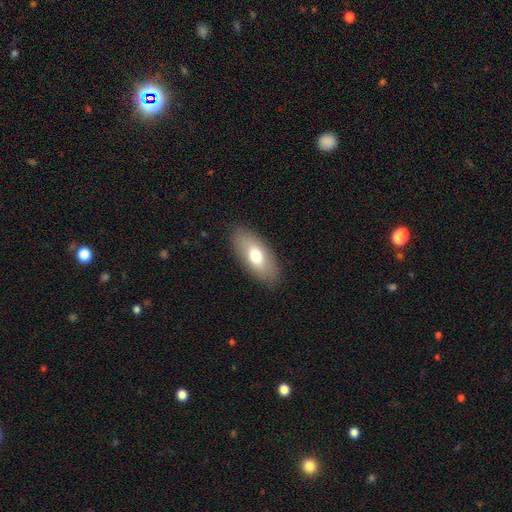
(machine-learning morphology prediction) smooth_or_featured: smooth (p=0.70) [alt: featured or disk p=0.24]
how_rounded: in between (p=0.86) [alt: cigar-shaped p=0.11]
merging: none (p=0.86) [alt: minor disturbance p=0.10]